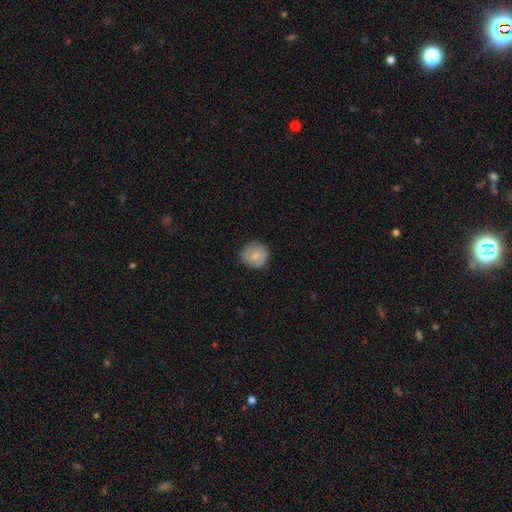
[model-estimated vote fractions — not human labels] Smooth or featured: smooth — 76% (featured or disk — 17%)
How rounded: round — 86% (in between — 13%)
Merging: none — 77% (minor disturbance — 18%)